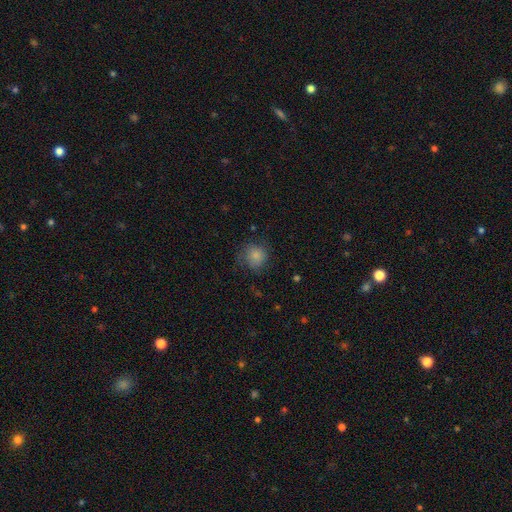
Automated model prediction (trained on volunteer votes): Smooth or featured: smooth — 82% (star or artifact — 10%)
How rounded: round — 86% (in between — 13%)
Merging: none — 68% (minor disturbance — 21%)